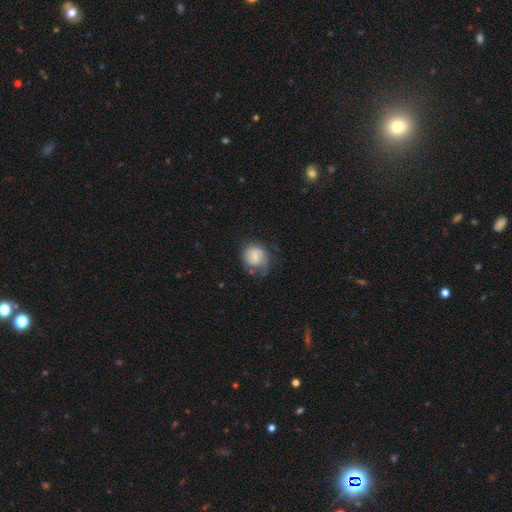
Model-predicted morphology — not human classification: Smooth or featured? smooth (57%)
How rounded? round (75%)
Merging? none (50%)